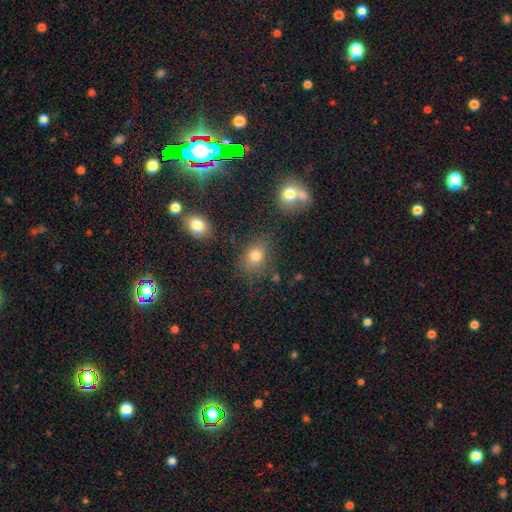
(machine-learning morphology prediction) A smooth galaxy with no disk features (77%) that is in between round and cigar-shaped (54%). Merging: none (71%).